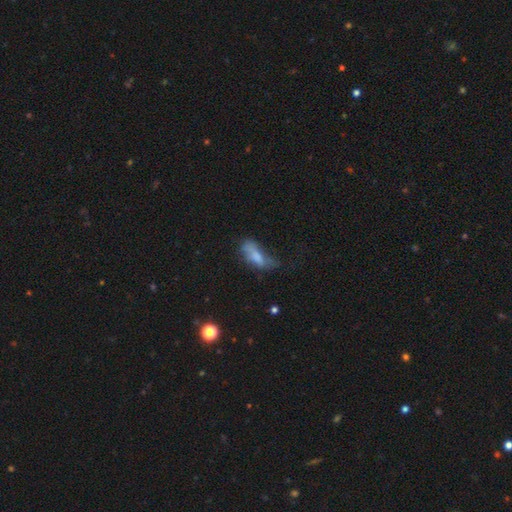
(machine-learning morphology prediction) A smooth galaxy with no disk features (62%) that is in between round and cigar-shaped (73%). Merging: major disturbance (35%).